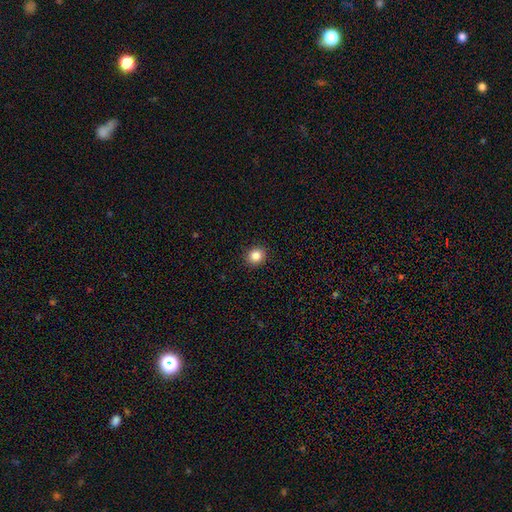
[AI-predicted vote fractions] Q: Smooth or featured?
A: smooth (85%); runner-up: star or artifact (10%)
Q: How rounded?
A: round (78%); runner-up: in between (21%)
Q: Merging?
A: none (92%); runner-up: minor disturbance (6%)